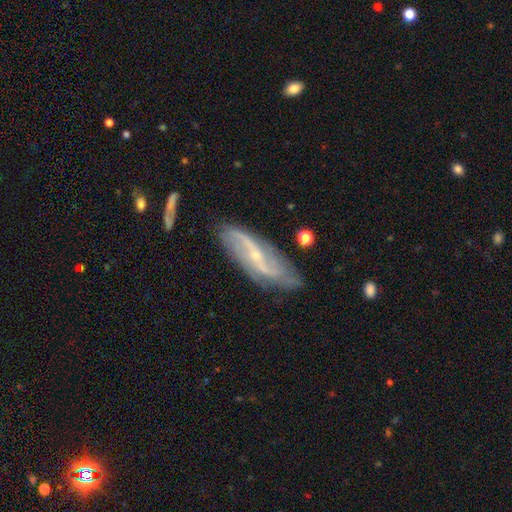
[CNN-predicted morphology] type=featured or disk (83%); edge-on=no (86%); bar=weak (38%); spiral arms=yes (93%); winding=loose (60%); arm count=2 (79%); bulge=small (80%); merging=none (73%).